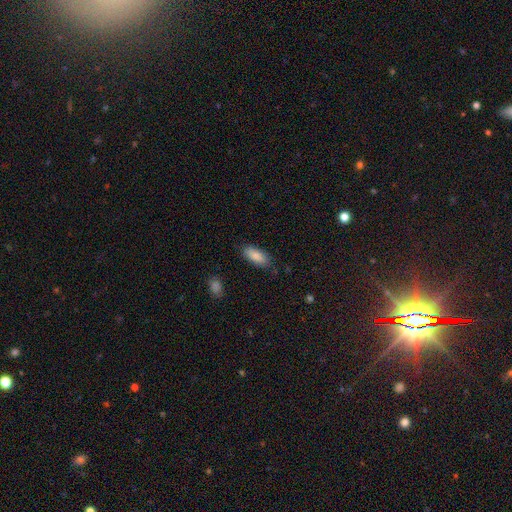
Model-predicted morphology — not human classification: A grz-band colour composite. It shows a smooth galaxy with no disk features (87%) that is in between round and cigar-shaped (80%). Merging: none (83%).